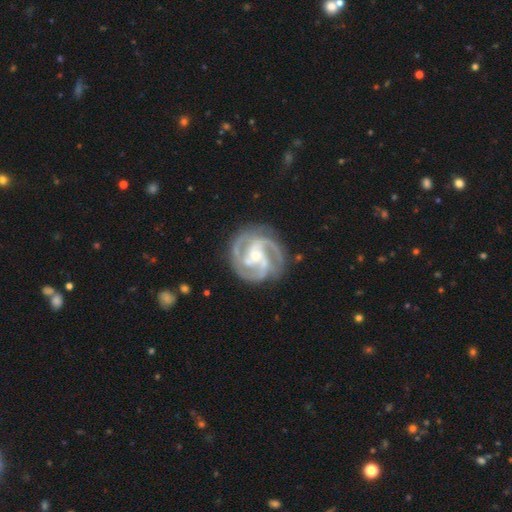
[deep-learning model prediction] featured or disk 92%, smooth 4%, star or artifact 4%. Down the decision tree: edge-on disk — no (98%); bar — no (38%, tied with weak); spiral arms — yes (98%); spiral arm count — 3 (59%); spiral winding — tight (49%); bulge size — small (54%); merging — none (79%).